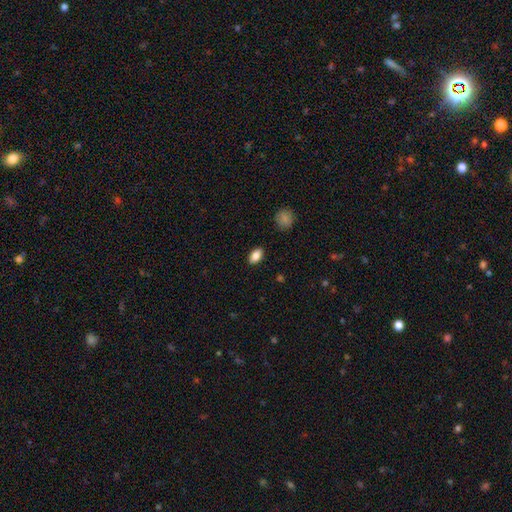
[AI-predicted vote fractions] Overall: smooth (84%). How rounded: in between (90%). Merging: none (88%).